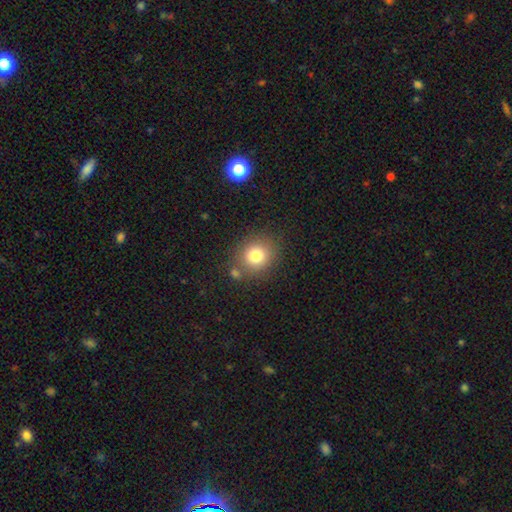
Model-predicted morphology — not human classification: This is likely a smooth galaxy (79%). How rounded: clearly round (81%). Merging: likely none (76%).